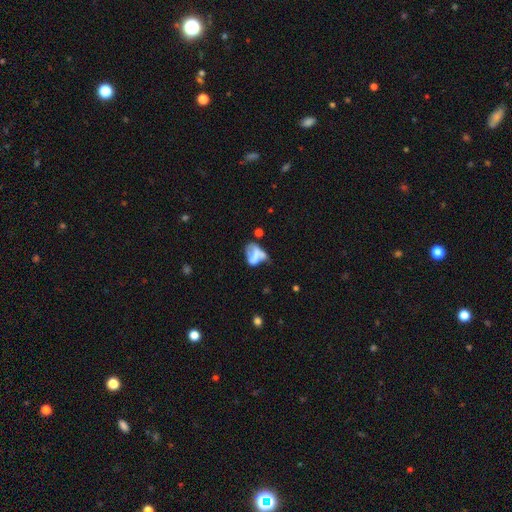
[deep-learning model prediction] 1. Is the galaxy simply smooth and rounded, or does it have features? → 45% smooth, 44% featured or disk, 11% star or artifact.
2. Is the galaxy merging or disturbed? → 31% major disturbance, 27% merger, 22% none, 20% minor disturbance.